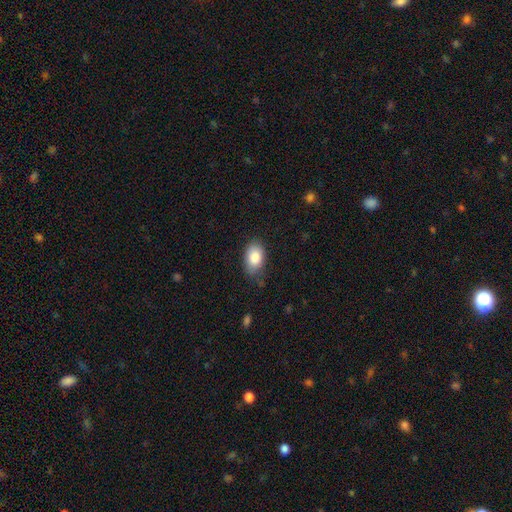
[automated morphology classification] The model was most divided on "merging": none: 70%, minor disturbance: 24%, major disturbance: 5%, merger: 2%. More confident: how rounded — in between (89%); smooth or featured — smooth (86%).